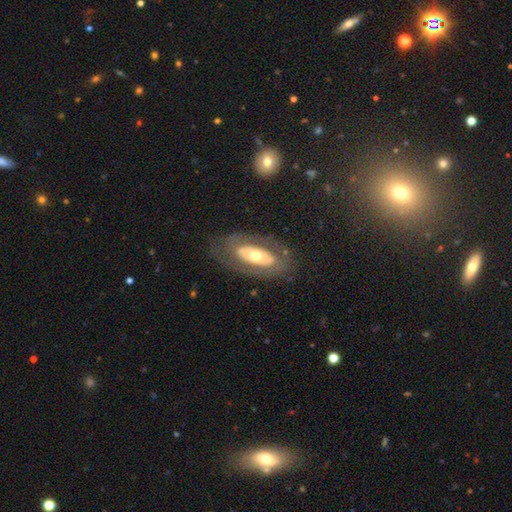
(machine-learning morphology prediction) This appears to be a featured or disk galaxy (61%) with no bar (80%), no spiral arms (75%) and a moderate central bulge (66%). Merging: none (74%).